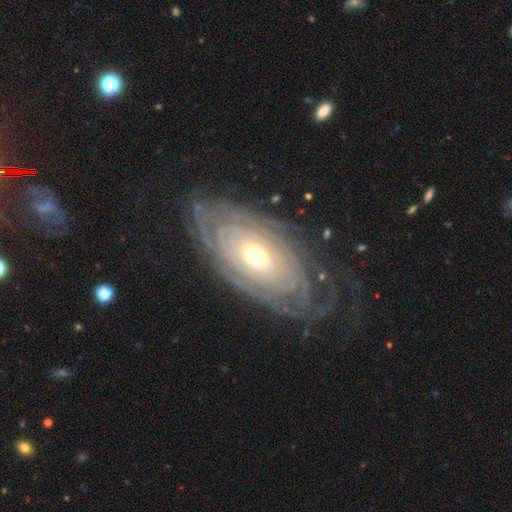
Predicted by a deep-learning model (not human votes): Smooth or featured? Predicted: featured or disk (p=0.85). Edge-on disk? Predicted: no (p=0.92). Bar? Predicted: no (p=0.75). Spiral arms? Predicted: yes (p=0.91). Spiral winding? Predicted: tight (p=0.84). Spiral arm count? Predicted: can't tell (p=0.47). Bulge size? Predicted: moderate (p=0.58). Merging? Predicted: none (p=0.74).